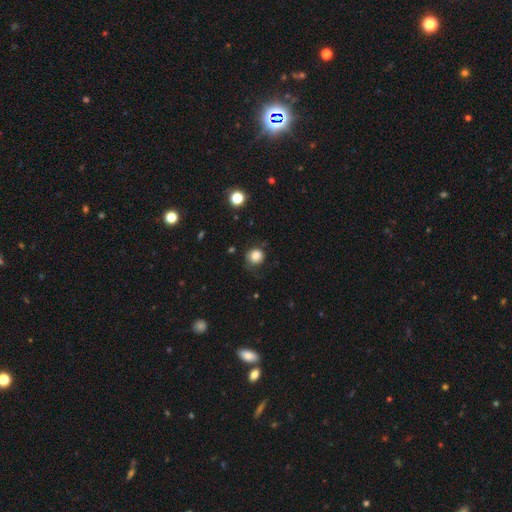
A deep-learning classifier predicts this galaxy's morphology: Smooth or featured? Predicted: smooth (p=0.82). How rounded? Predicted: round (p=0.81). Merging? Predicted: none (p=0.64).